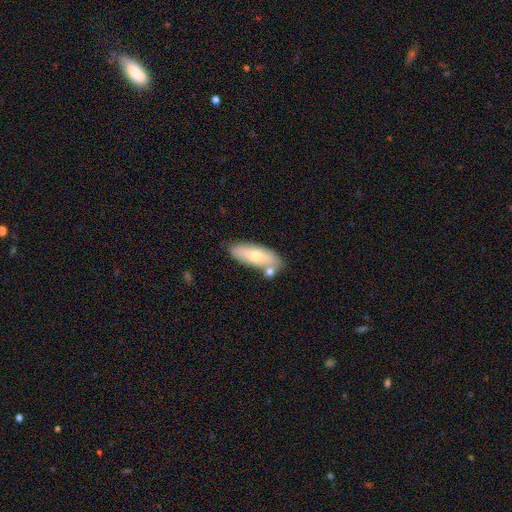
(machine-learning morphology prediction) The model was most divided on "smooth or featured": smooth: 66%, featured or disk: 28%, star or artifact: 6%. More confident: how rounded — in between (70%); merging — none (68%).